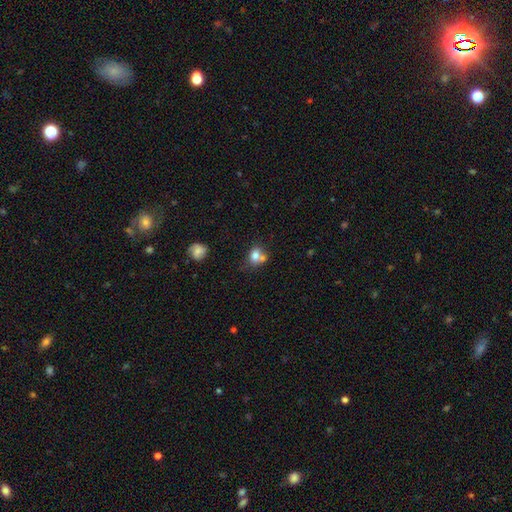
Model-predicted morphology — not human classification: smooth 77%, featured or disk 13%, star or artifact 10%. Down the decision tree: how rounded — round (51%); merging — merger (43%).